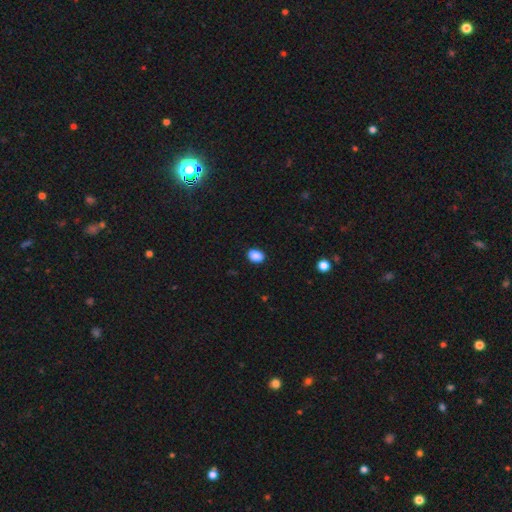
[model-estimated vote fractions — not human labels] Smooth or featured? Predicted: smooth (p=0.88). How rounded? Predicted: in between (p=0.76). Merging? Predicted: none (p=0.84).